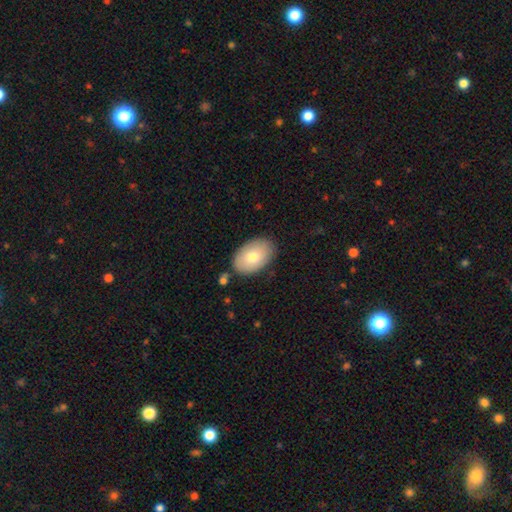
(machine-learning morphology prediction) smooth-or-featured: smooth: 75% | featured or disk: 19% | star or artifact: 7%
  how-rounded: in between: 90% | round: 9% | cigar-shaped: 1%
  merging: none: 83% | minor disturbance: 12% | merger: 3% | major disturbance: 2%